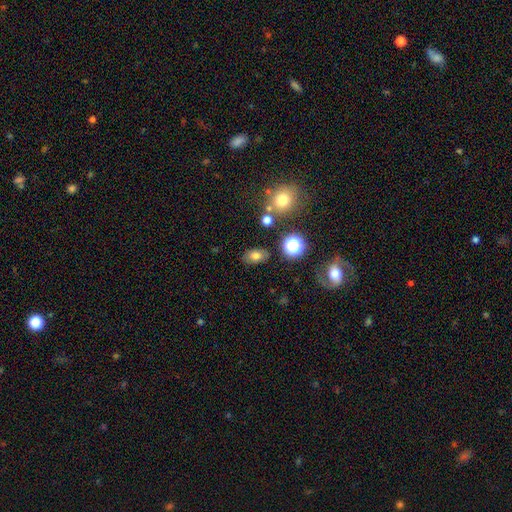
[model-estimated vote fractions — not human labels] Smooth or featured? smooth (73%)
How rounded? in between (82%)
Merging? none (81%)